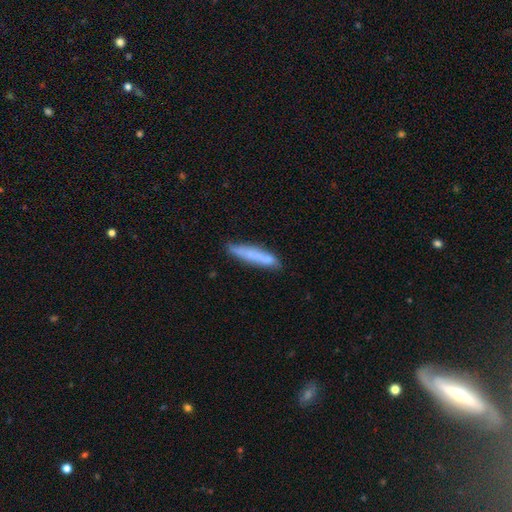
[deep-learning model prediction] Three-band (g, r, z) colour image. It shows a smooth galaxy with no disk features (70%) that is cigar-shaped (91%). Merging: none (81%).